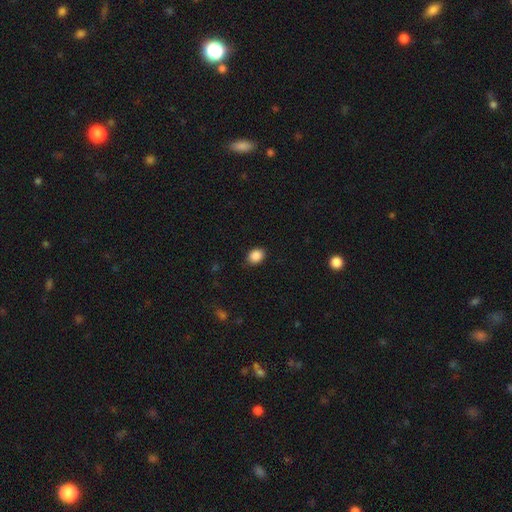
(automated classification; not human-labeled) A smooth galaxy with no disk features (88%) that is in between round and cigar-shaped (60%). Merging: none (86%).